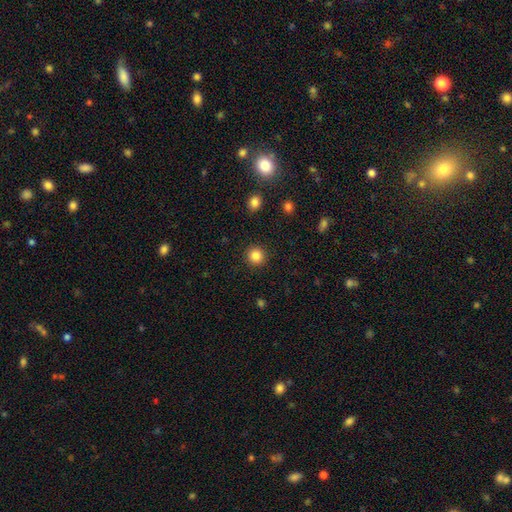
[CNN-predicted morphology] The model was most divided on "smooth or featured": smooth: 85%, star or artifact: 11%, featured or disk: 4%. More confident: how rounded — round (94%); merging — none (92%).